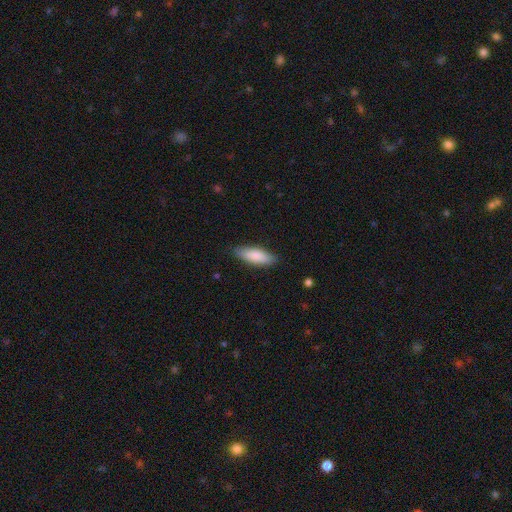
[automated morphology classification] The model was most divided on "how rounded": in between: 59%, cigar-shaped: 40%, round: 2%. More confident: merging — none (86%); smooth or featured — smooth (85%).